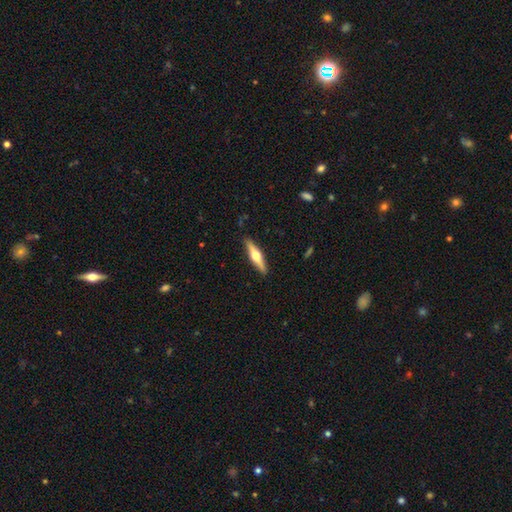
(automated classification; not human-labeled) Smooth or featured: featured or disk — 65% (smooth — 30%)
Edge-on disk: yes — 97% (no — 3%)
Edge-on bulge: rounded — 96% (boxy — 2%)
Merging: none — 91% (minor disturbance — 7%)